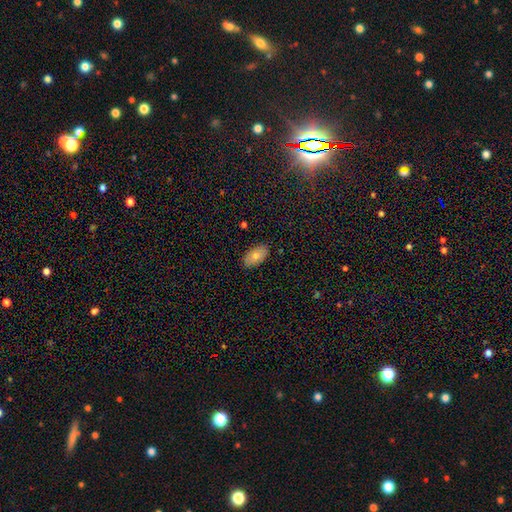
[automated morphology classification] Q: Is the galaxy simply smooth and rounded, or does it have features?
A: smooth — 81%.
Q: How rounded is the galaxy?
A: in between — 94%.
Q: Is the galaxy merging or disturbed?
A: none — 87%.